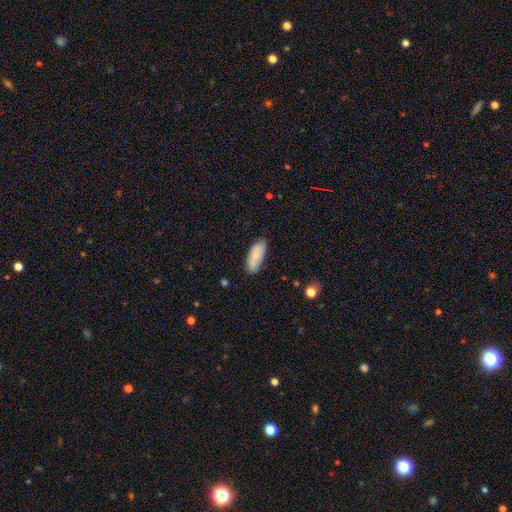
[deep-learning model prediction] This is likely a smooth galaxy (75%). How rounded: clearly in between (80%). Merging: likely none (73%).